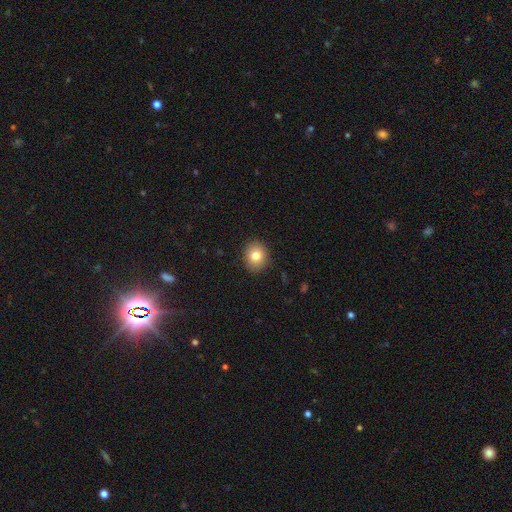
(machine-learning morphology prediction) A smooth galaxy with no disk features (80%) that is round (66%).

Vote fractions:
- Smooth or featured? smooth: 80% / featured or disk: 10% / star or artifact: 10%
- How rounded? round: 66% / in between: 33% / cigar-shaped: 1%
- Merging? none: 90% / minor disturbance: 7% / major disturbance: 2% / merger: 1%